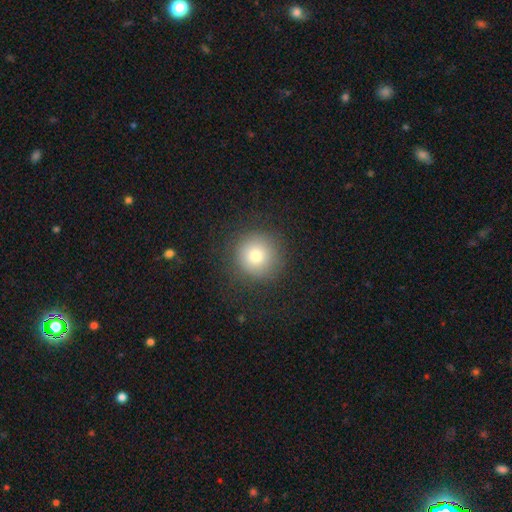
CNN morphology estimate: smooth-or-featured: smooth: 78% | star or artifact: 12% | featured or disk: 11%
  how-rounded: round: 95% | in between: 4% | cigar-shaped: 1%
  merging: none: 87% | minor disturbance: 8% | major disturbance: 4% | merger: 1%